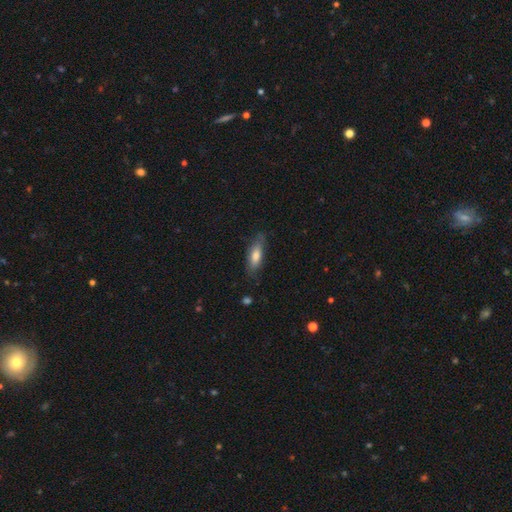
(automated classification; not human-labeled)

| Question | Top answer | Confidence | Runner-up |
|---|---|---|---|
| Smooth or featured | smooth | 69% | featured or disk (23%) |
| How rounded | in between | 57% | cigar-shaped (41%) |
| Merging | none | 76% | minor disturbance (19%) |